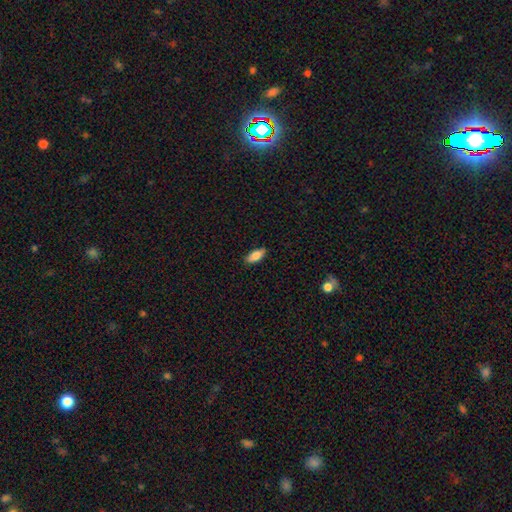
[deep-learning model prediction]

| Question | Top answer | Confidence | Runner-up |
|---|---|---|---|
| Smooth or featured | smooth | 81% | featured or disk (12%) |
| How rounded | in between | 80% | cigar-shaped (17%) |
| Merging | none | 89% | minor disturbance (9%) |